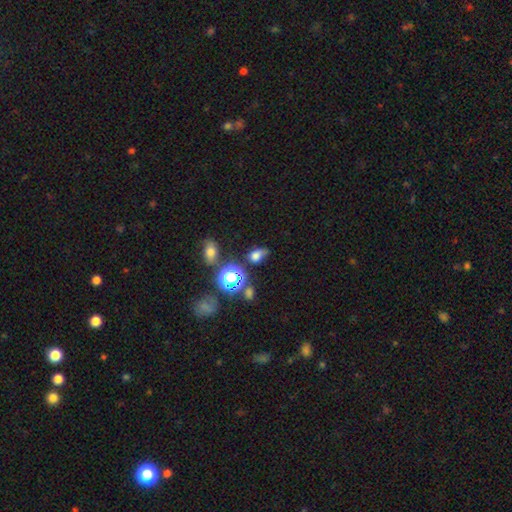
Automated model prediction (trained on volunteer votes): A smooth galaxy with no disk features (64%) that is in between round and cigar-shaped (66%).

Vote fractions:
- Smooth or featured? smooth: 64% / star or artifact: 24% / featured or disk: 12%
- How rounded? in between: 66% / round: 32% / cigar-shaped: 2%
- Merging? none: 54% / minor disturbance: 26% / major disturbance: 11% / merger: 9%